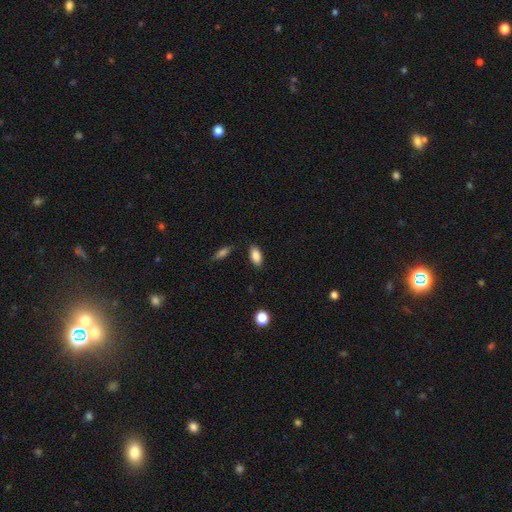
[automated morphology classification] A smooth galaxy with no disk features (85%) that is in between round and cigar-shaped (87%).

Vote fractions:
- Smooth or featured? smooth: 85% / star or artifact: 8% / featured or disk: 7%
- How rounded? in between: 87% / cigar-shaped: 9% / round: 3%
- Merging? none: 85% / minor disturbance: 11% / major disturbance: 3% / merger: 2%